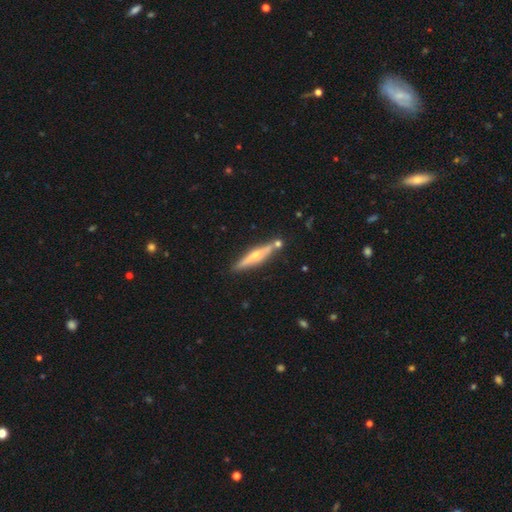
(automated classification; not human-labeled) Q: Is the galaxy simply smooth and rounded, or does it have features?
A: featured or disk — 59%.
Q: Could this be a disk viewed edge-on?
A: yes — 95%.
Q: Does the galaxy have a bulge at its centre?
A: rounded — 78%.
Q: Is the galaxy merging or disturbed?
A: none — 75%.